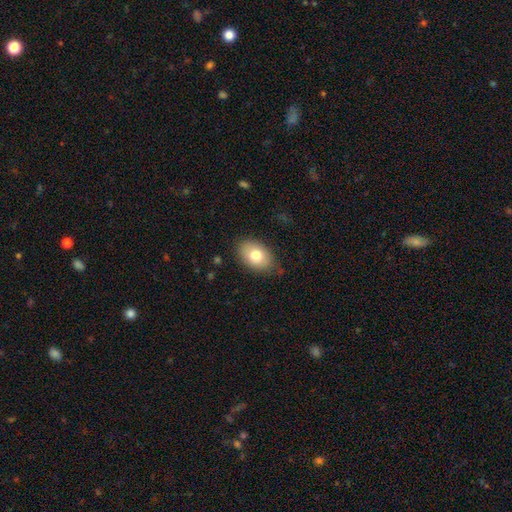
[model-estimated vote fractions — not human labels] This appears to be a smooth galaxy with no disk features (77%) that is in between round and cigar-shaped (83%). Merging: none (78%).